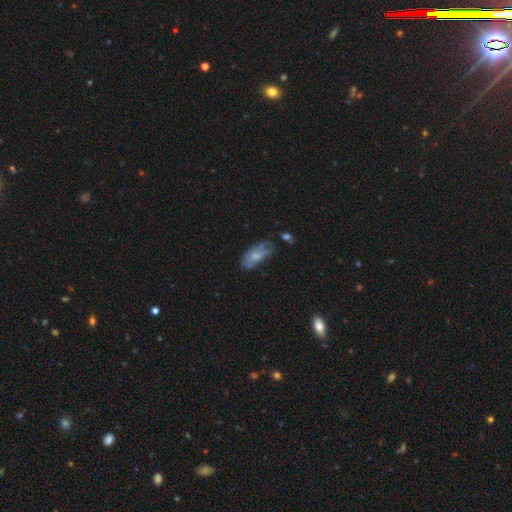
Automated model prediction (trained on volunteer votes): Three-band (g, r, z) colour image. It shows a smooth galaxy with no disk features (65%) that is in between round and cigar-shaped (88%). Merging: none (48%).